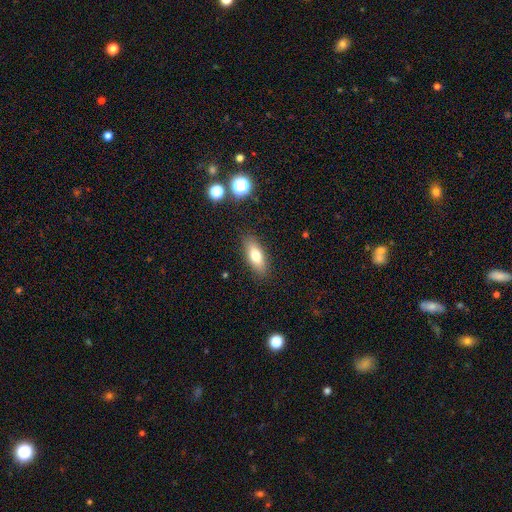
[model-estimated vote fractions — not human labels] A smooth galaxy with no disk features (73%) that is in between round and cigar-shaped (70%). Merging: none (86%).